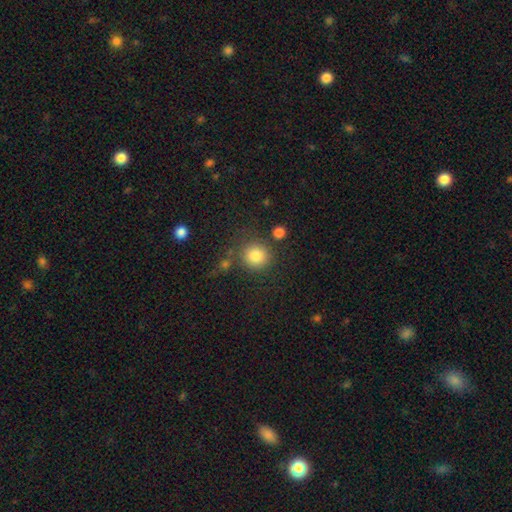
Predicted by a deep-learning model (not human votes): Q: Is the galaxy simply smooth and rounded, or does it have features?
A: smooth — 83%.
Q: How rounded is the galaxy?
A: round — 91%.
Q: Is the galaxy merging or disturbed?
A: none — 76%.